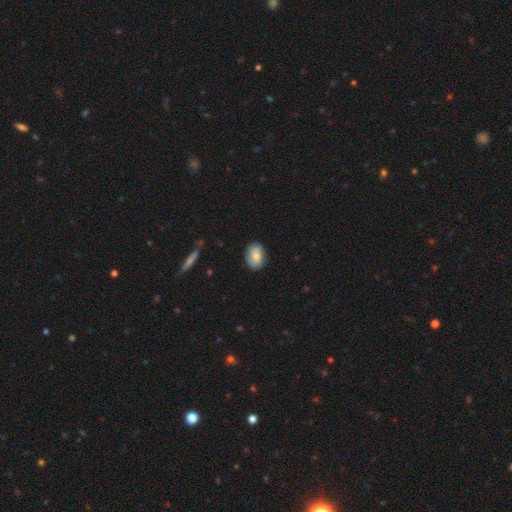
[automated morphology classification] smooth_or_featured: smooth (p=0.81) [alt: featured or disk p=0.12]
how_rounded: in between (p=0.84) [alt: round p=0.14]
merging: none (p=0.80) [alt: minor disturbance p=0.16]